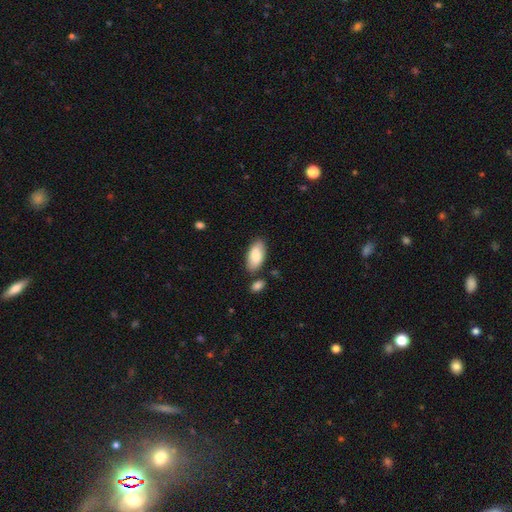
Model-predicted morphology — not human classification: This is clearly a smooth galaxy (83%). How rounded: clearly in between (93%). Merging: likely none (78%).